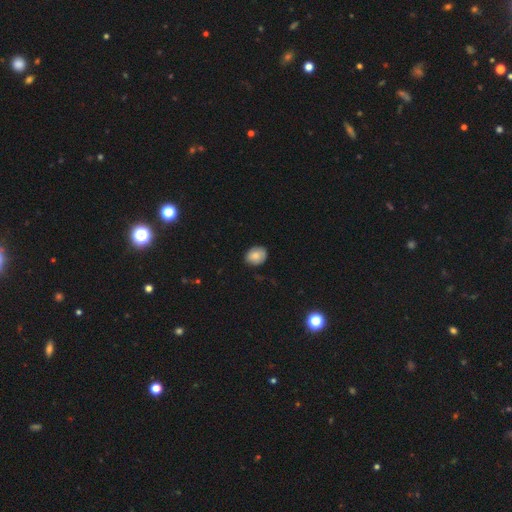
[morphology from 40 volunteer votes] This is clearly a smooth galaxy (95%). How rounded: possibly in between (53%). Merging: likely none (74%).